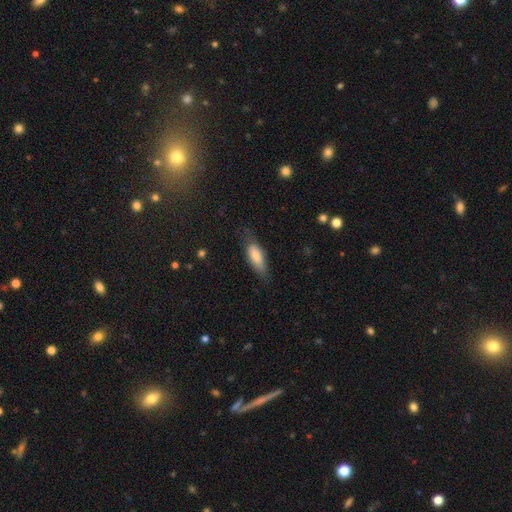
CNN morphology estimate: Smooth or featured? smooth (77%)
How rounded? in between (68%)
Merging? none (65%)